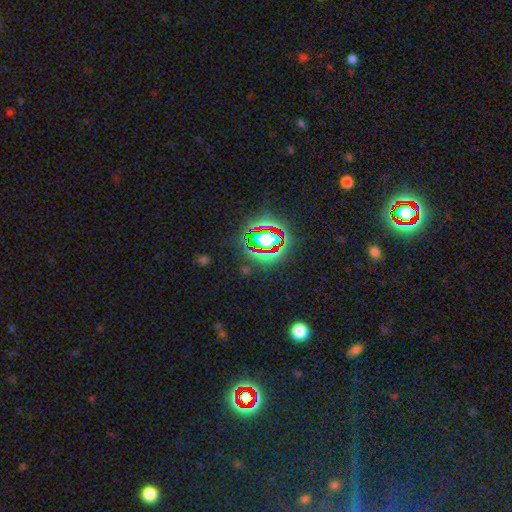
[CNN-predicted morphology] A star or artifact, not a galaxy (77%).